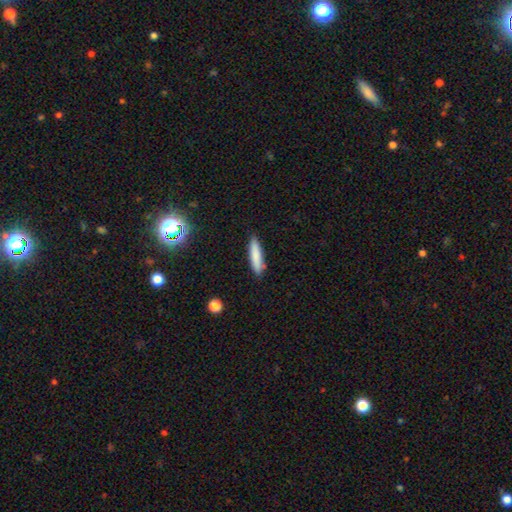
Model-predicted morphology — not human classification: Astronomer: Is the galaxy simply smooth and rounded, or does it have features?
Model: smooth — 82%.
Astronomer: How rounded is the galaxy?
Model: cigar-shaped — 82%.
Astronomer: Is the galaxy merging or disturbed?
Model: none — 85%.